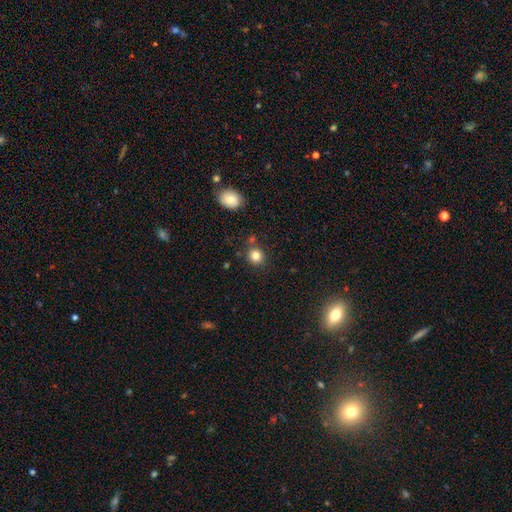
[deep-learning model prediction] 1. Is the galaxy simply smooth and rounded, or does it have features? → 83% smooth, 12% star or artifact, 5% featured or disk.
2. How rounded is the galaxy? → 85% round, 14% in between, 1% cigar-shaped.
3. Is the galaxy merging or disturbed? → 80% none, 10% minor disturbance, 7% merger, 3% major disturbance.